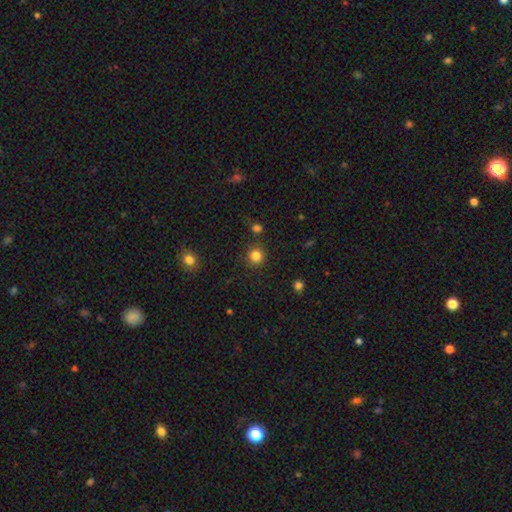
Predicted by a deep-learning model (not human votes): This is clearly a smooth galaxy (83%). How rounded: clearly round (92%). Merging: clearly none (88%).